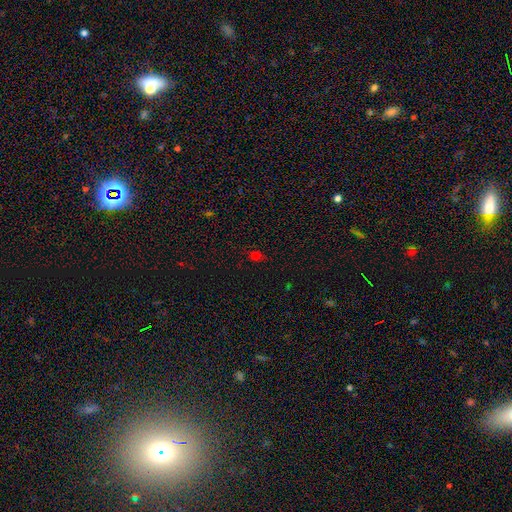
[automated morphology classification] This is likely a smooth galaxy (63%). How rounded: likely round (70%). Merging: clearly none (81%).